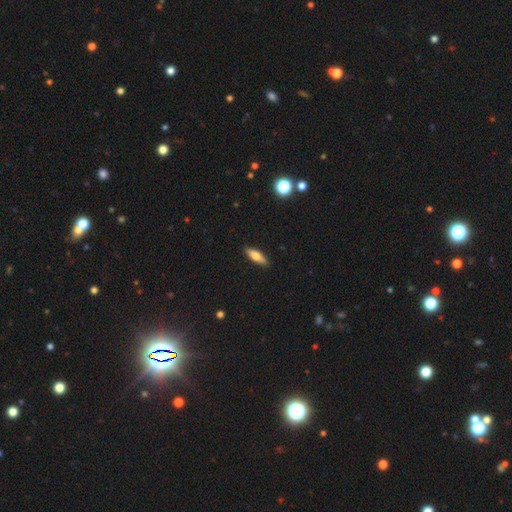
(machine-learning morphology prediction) A smooth galaxy with no disk features (73%) that is cigar-shaped (52%).

Vote fractions:
- Smooth or featured? smooth: 73% / featured or disk: 20% / star or artifact: 7%
- How rounded? cigar-shaped: 52% / in between: 45% / round: 2%
- Merging? none: 90% / minor disturbance: 8% / major disturbance: 2% / merger: 1%